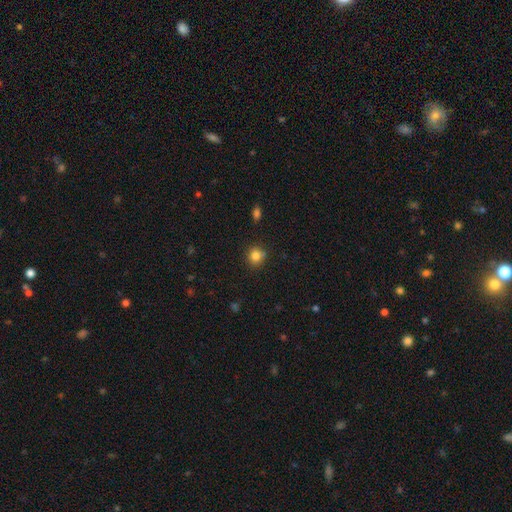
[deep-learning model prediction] This is clearly a smooth galaxy (83%). How rounded: clearly round (88%). Merging: clearly none (80%).